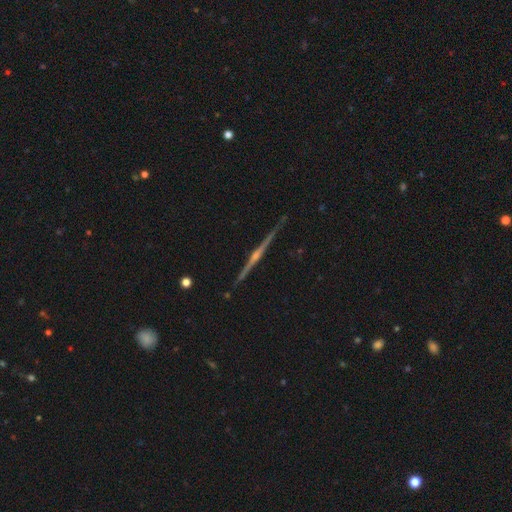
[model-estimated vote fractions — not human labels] Q: Smooth or featured?
A: featured or disk (83%); runner-up: smooth (10%)
Q: Edge-on disk?
A: yes (98%); runner-up: no (2%)
Q: Edge-on bulge?
A: rounded (79%); runner-up: none (13%)
Q: Merging?
A: none (90%); runner-up: minor disturbance (7%)